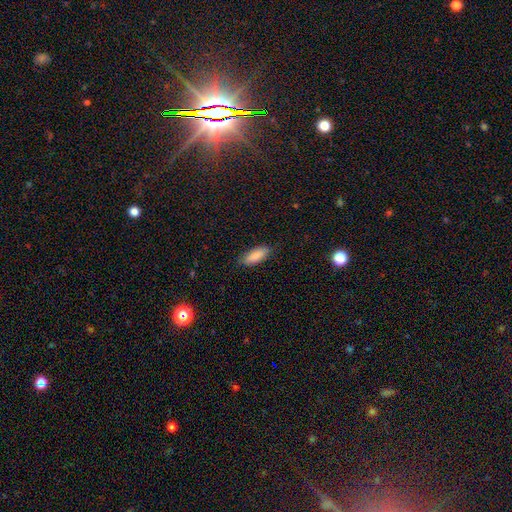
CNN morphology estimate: The model was most divided on "how rounded": in between: 72%, cigar-shaped: 26%, round: 2%. More confident: smooth or featured — smooth (85%); merging — none (84%).